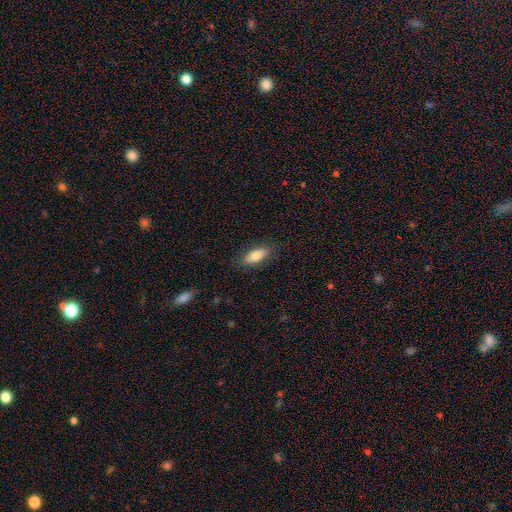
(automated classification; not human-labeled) A smooth galaxy with no disk features (81%) that is in between round and cigar-shaped (78%).

Vote fractions:
- Smooth or featured? smooth: 81% / featured or disk: 13% / star or artifact: 6%
- How rounded? in between: 78% / cigar-shaped: 20% / round: 2%
- Merging? none: 85% / minor disturbance: 11% / major disturbance: 3% / merger: 1%